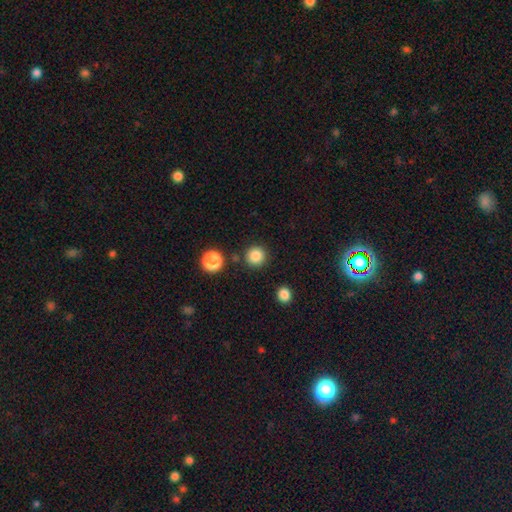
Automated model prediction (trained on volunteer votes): smooth-or-featured: smooth: 85% | star or artifact: 11% | featured or disk: 4%
  how-rounded: round: 95% | in between: 4% | cigar-shaped: 1%
  merging: none: 88% | minor disturbance: 6% | merger: 3% | major disturbance: 2%